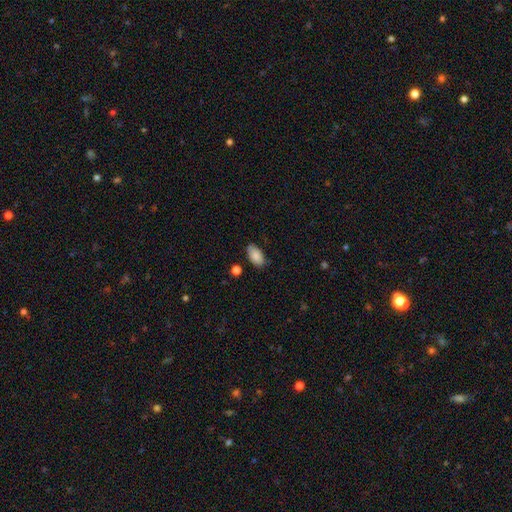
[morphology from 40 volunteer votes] A smooth galaxy with no disk features (92%) that is in between round and cigar-shaped (95%). Merging: none (76%).